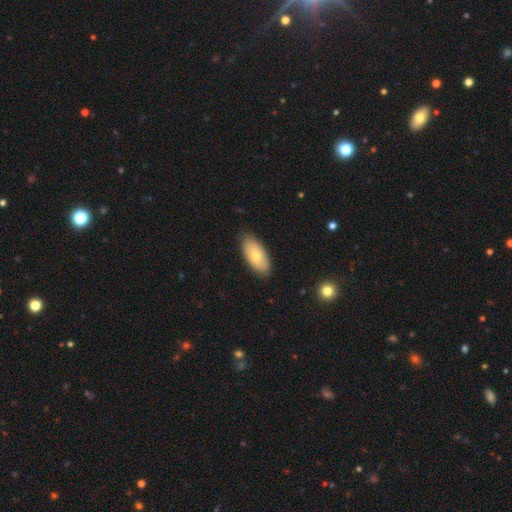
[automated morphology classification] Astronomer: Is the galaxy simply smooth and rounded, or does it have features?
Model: smooth — 72%.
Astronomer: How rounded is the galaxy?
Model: in between — 92%.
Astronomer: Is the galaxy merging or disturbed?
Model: none — 83%.